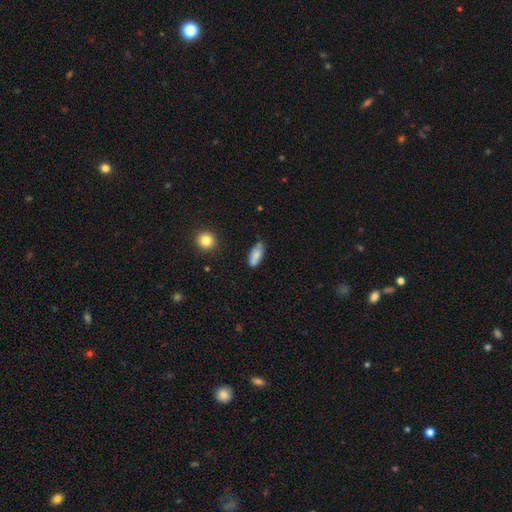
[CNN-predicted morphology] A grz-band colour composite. It shows a smooth galaxy with no disk features (82%) that is in between round and cigar-shaped (86%). Merging: none (66%).